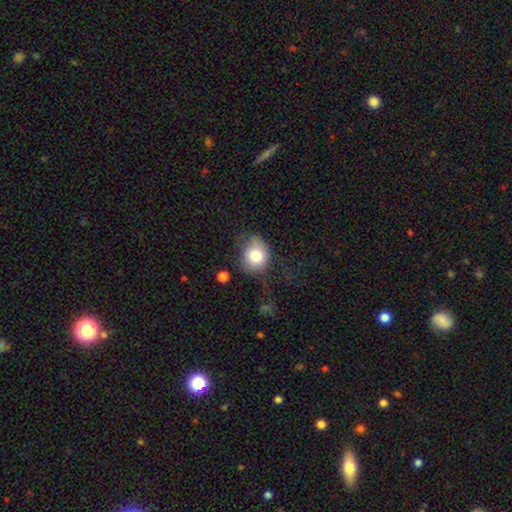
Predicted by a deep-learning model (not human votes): This appears to be a smooth galaxy with no disk features (76%) that is round (71%). Merging: none (55%).